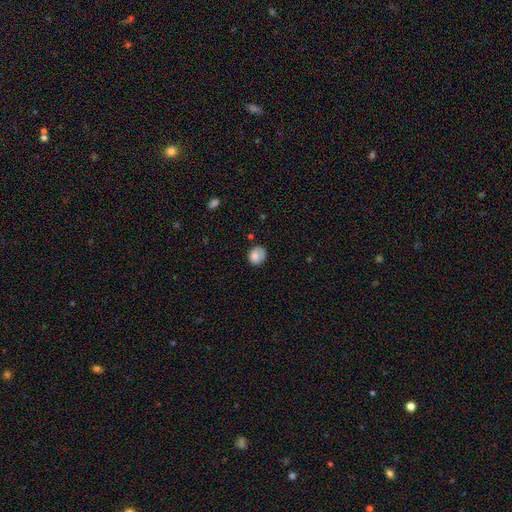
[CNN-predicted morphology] A smooth galaxy with no disk features (77%) that is round (70%). Merging: none (60%).